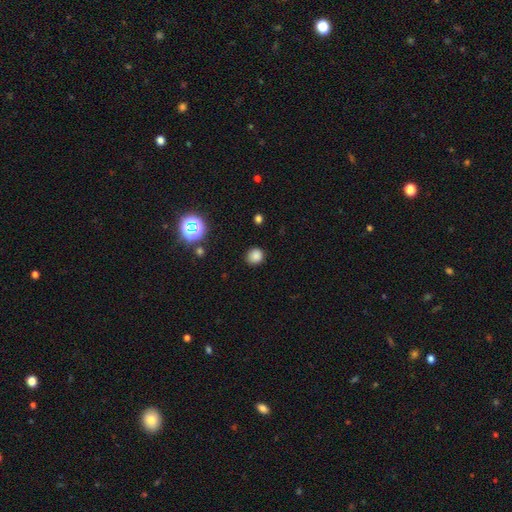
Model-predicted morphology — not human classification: The model was most divided on "smooth or featured": smooth: 81%, star or artifact: 15%, featured or disk: 4%. More confident: merging — none (86%); how rounded — round (83%).